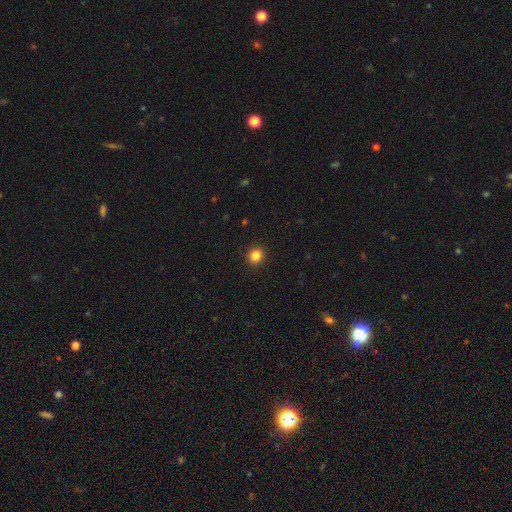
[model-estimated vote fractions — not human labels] This is clearly a smooth galaxy (84%). How rounded: clearly round (88%). Merging: clearly none (93%).